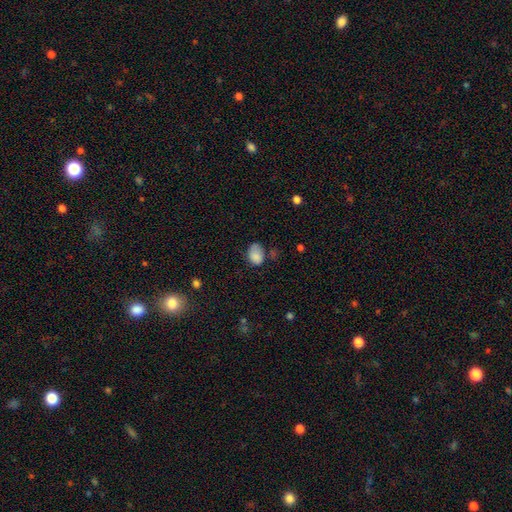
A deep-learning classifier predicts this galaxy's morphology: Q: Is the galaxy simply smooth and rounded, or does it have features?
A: smooth — 82%.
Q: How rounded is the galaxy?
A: in between — 64%.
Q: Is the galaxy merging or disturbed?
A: none — 47%.